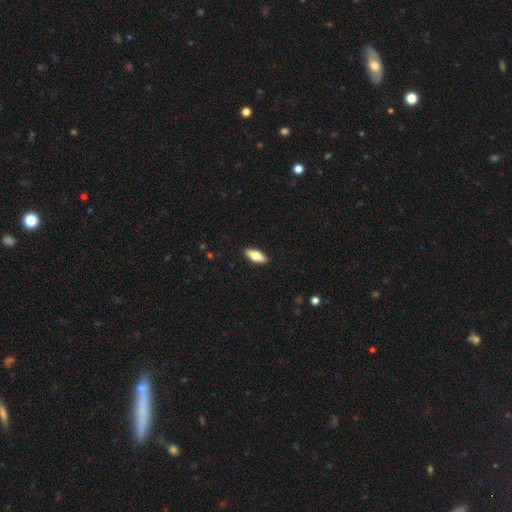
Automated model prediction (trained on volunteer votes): Morphology: type=smooth (71%); roundness=in between (72%); merging=none (90%).